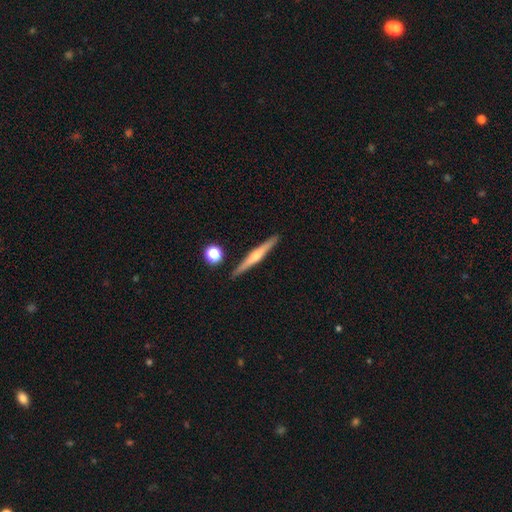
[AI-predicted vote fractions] A featured or disk galaxy (69%) viewed edge-on (98%) with a rounded central bulge (85%).

Vote fractions:
- Smooth or featured? featured or disk: 69% / smooth: 25% / star or artifact: 6%
- Edge-on disk? yes: 98% / no: 2%
- Edge-on bulge? rounded: 85% / none: 11% / boxy: 5%
- Merging? none: 91% / minor disturbance: 6% / merger: 2% / major disturbance: 1%